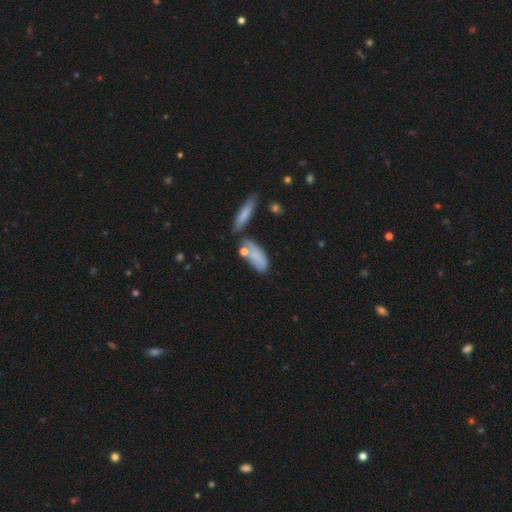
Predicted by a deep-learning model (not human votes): Q: Smooth or featured?
A: smooth (73%); runner-up: featured or disk (18%)
Q: How rounded?
A: in between (76%); runner-up: cigar-shaped (20%)
Q: Merging?
A: none (45%); runner-up: minor disturbance (24%)